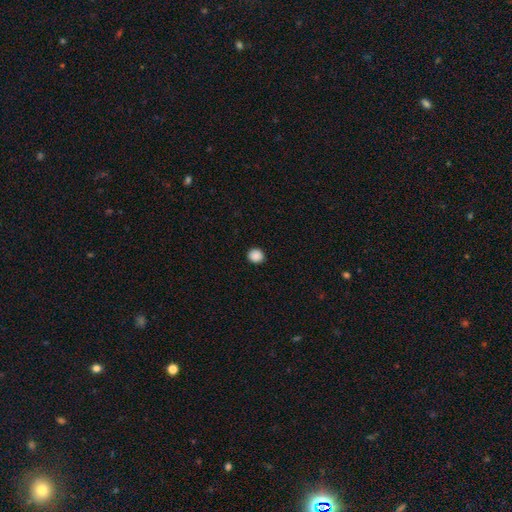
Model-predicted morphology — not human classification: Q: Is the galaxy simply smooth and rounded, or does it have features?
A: smooth — 89%.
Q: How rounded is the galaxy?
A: round — 88%.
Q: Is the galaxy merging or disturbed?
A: none — 93%.